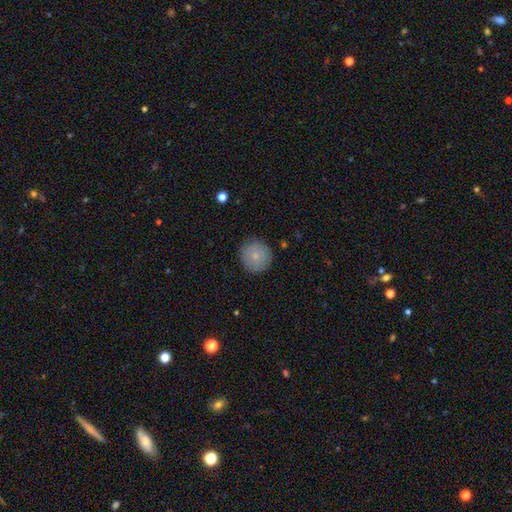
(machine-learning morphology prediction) smooth-or-featured: smooth: 79% | featured or disk: 13% | star or artifact: 8%
  how-rounded: round: 94% | in between: 5% | cigar-shaped: 1%
  merging: none: 87% | minor disturbance: 10% | major disturbance: 2% | merger: 1%